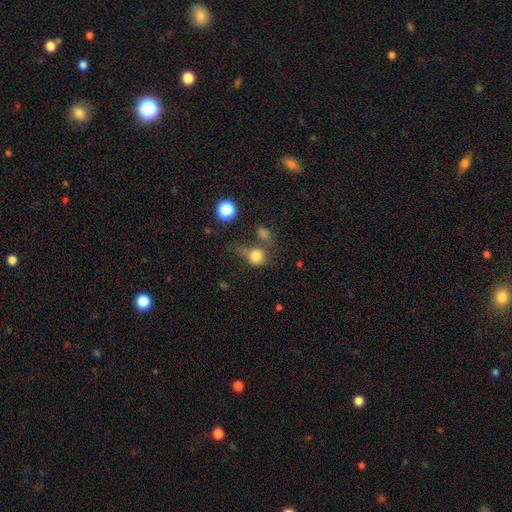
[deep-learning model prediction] Q: Smooth or featured?
A: smooth (79%); runner-up: star or artifact (13%)
Q: How rounded?
A: round (78%); runner-up: in between (21%)
Q: Merging?
A: none (44%); runner-up: merger (21%)